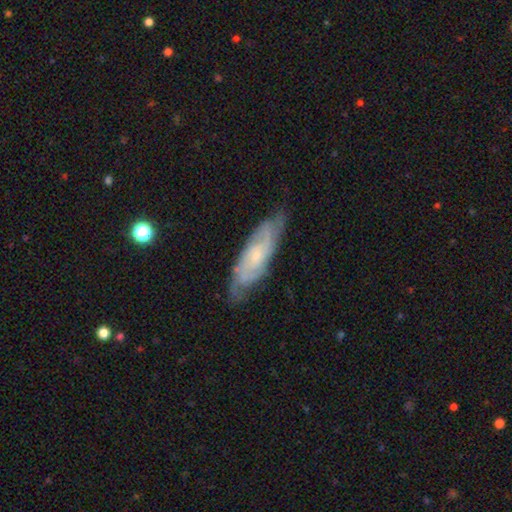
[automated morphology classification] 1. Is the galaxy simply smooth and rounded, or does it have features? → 73% featured or disk, 20% smooth, 6% star or artifact.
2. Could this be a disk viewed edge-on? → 81% no, 19% yes.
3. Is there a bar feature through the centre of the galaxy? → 68% no, 27% weak, 5% strong.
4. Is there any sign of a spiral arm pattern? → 92% yes, 8% no.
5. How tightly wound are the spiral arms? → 53% tight, 37% medium, 10% loose.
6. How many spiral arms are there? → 40% can't tell, 30% 2, 16% 3, 7% 4, 3% 1, 3% more than 4.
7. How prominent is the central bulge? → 65% small, 26% moderate, 6% none, 2% large, 1% dominant.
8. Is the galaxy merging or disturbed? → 72% none, 21% minor disturbance, 5% major disturbance, 1% merger.